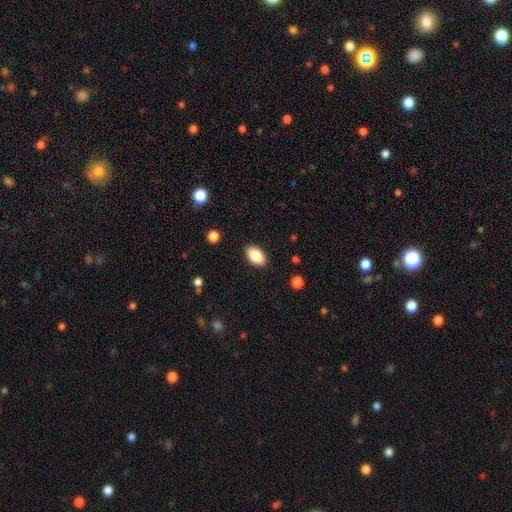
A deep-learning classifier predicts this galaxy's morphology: Overall: smooth (86%). How rounded: in between (93%). Merging: none (88%).